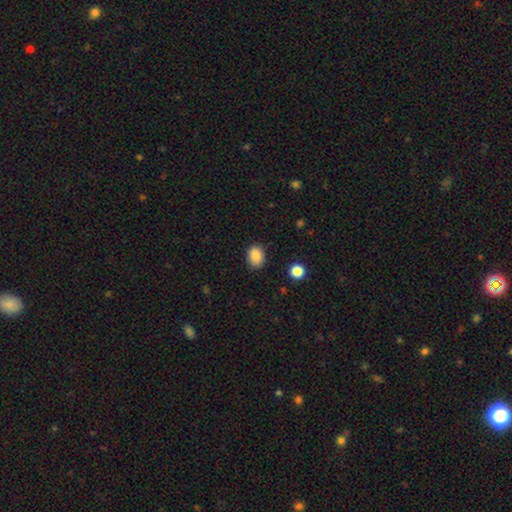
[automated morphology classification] Q: Smooth or featured?
A: smooth (88%); runner-up: star or artifact (9%)
Q: How rounded?
A: in between (68%); runner-up: round (32%)
Q: Merging?
A: none (86%); runner-up: minor disturbance (10%)